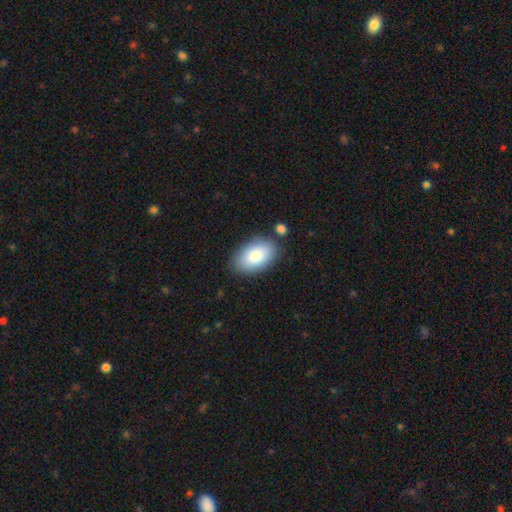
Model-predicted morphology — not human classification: A smooth galaxy with no disk features (84%) that is in between round and cigar-shaped (94%). Merging: none (81%).